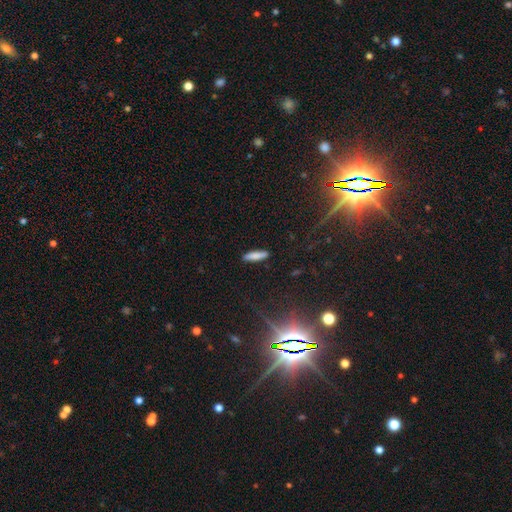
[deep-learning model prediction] Overall: smooth (80%). How rounded: cigar-shaped (77%). Merging: none (88%).